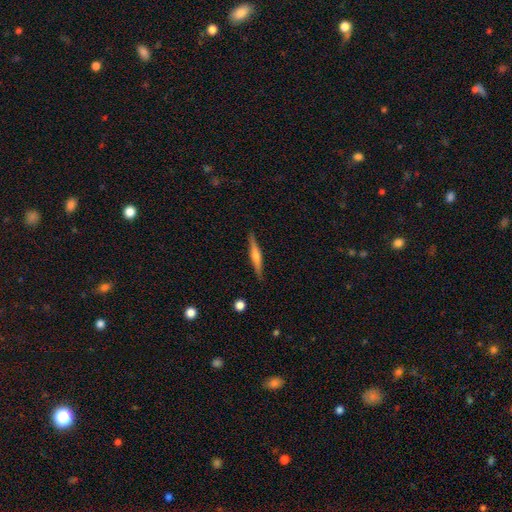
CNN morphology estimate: smooth-or-featured: featured or disk: 64% | smooth: 30% | star or artifact: 6%
  disk-edge-on: yes: 98% | no: 2%
    edge-on-bulge: rounded: 80% | boxy: 11% | none: 10%
  merging: none: 90% | minor disturbance: 7% | major disturbance: 1% | merger: 1%